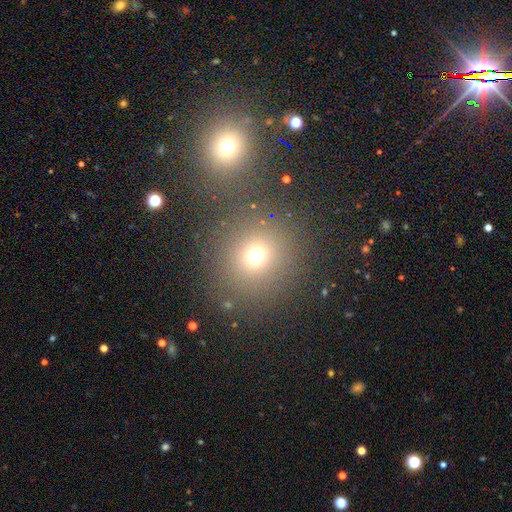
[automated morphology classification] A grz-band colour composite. It shows a smooth galaxy with no disk features (69%) that is round (90%). Merging: none (79%).